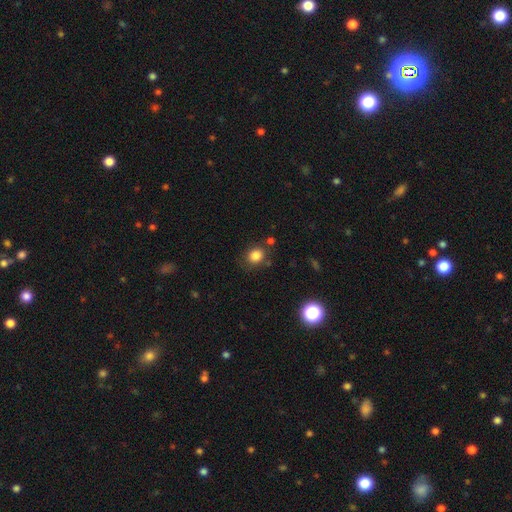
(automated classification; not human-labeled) Smooth or featured? Predicted: smooth (p=0.83). How rounded? Predicted: round (p=0.68). Merging? Predicted: none (p=0.78).